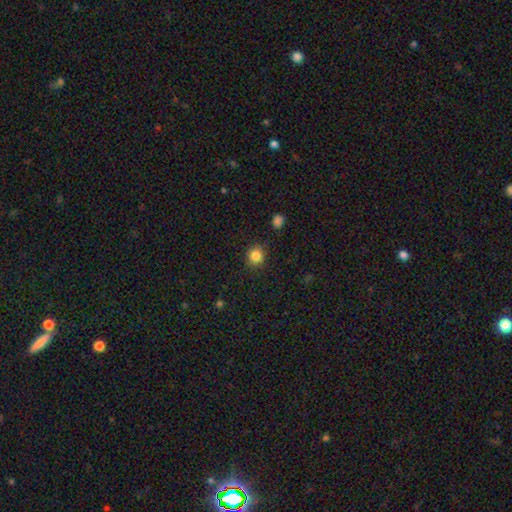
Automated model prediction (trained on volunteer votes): smooth 84%, star or artifact 12%, featured or disk 5%. Down the decision tree: how rounded — round (88%); merging — none (88%).